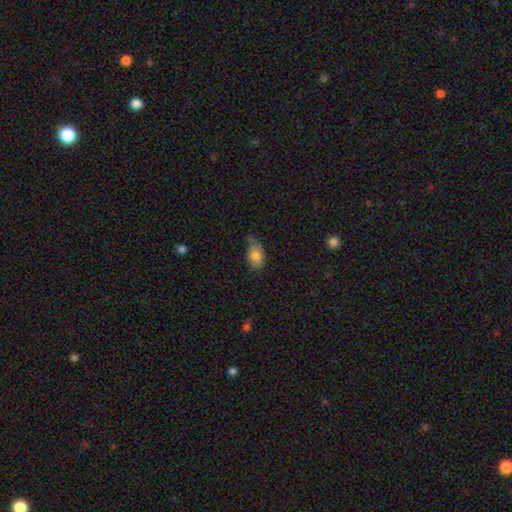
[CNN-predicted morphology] The model was most divided on "merging": none: 51%, minor disturbance: 36%, major disturbance: 8%, merger: 5%. More confident: how rounded — in between (86%); smooth or featured — smooth (80%).